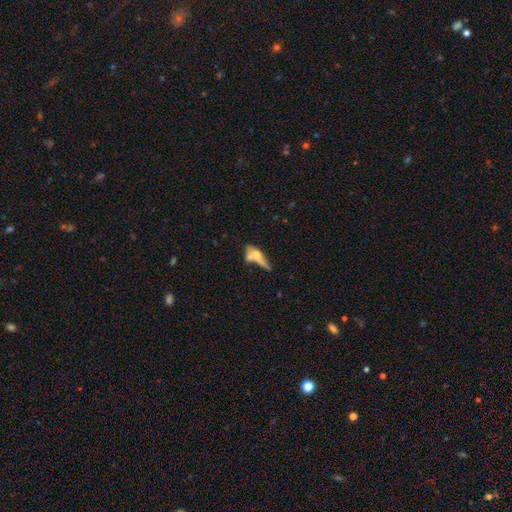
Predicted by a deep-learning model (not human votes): Morphology: type=smooth (47%); merging=merger (41%).